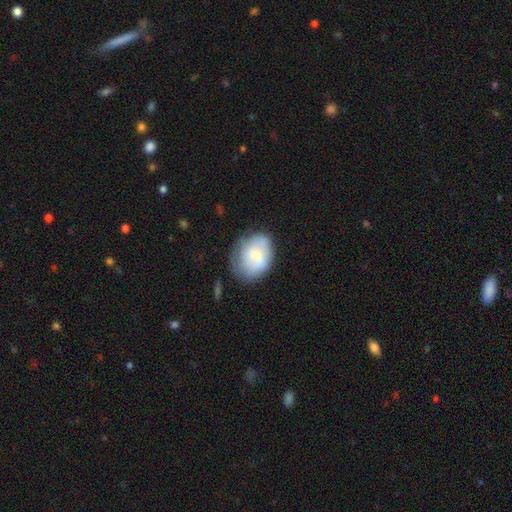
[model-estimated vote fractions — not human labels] Overall: smooth (63%; featured or disk 29%). How rounded: in between (52%; round 47%). Merging: none (58%; minor disturbance 28%).